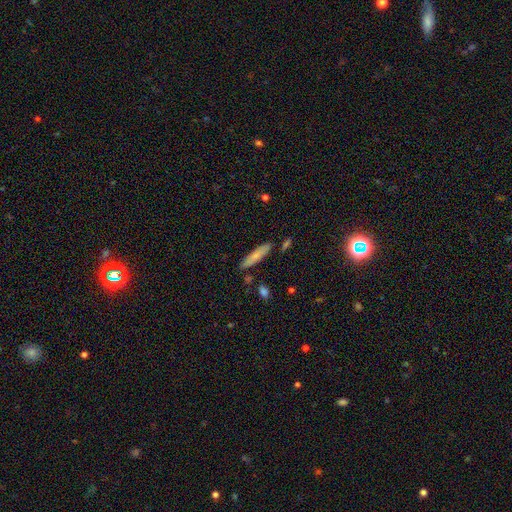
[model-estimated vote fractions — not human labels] Q: Smooth or featured?
A: smooth (69%); runner-up: featured or disk (24%)
Q: How rounded?
A: cigar-shaped (82%); runner-up: in between (17%)
Q: Merging?
A: none (82%); runner-up: minor disturbance (12%)